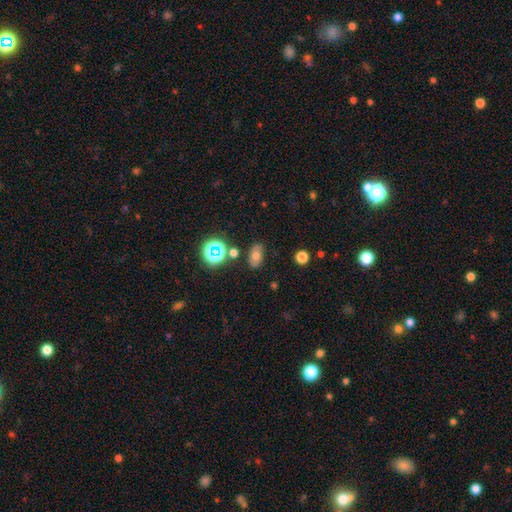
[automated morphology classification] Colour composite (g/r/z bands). It shows a smooth galaxy with no disk features (60%) that is in between round and cigar-shaped (81%). Merging: none (77%).